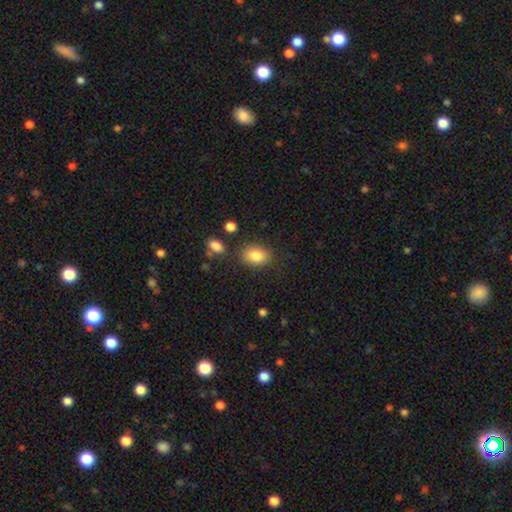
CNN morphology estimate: smooth-or-featured: smooth: 84% | star or artifact: 8% | featured or disk: 7%
  how-rounded: in between: 75% | round: 24% | cigar-shaped: 1%
  merging: none: 79% | minor disturbance: 13% | merger: 4% | major disturbance: 4%